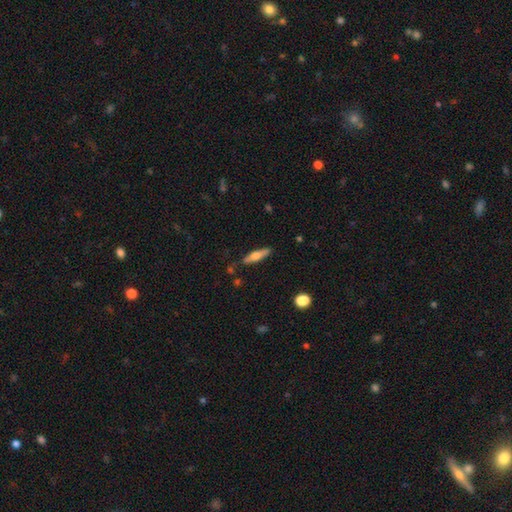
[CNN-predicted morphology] Smooth or featured? Predicted: smooth (p=0.55). How rounded? Predicted: cigar-shaped (p=0.76). Merging? Predicted: none (p=0.83).